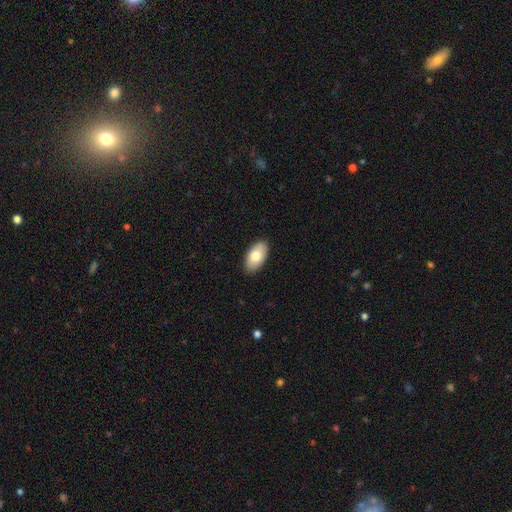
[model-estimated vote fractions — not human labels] The model was most divided on "smooth or featured": smooth: 78%, featured or disk: 16%, star or artifact: 6%. More confident: how rounded — in between (95%); merging — none (88%).